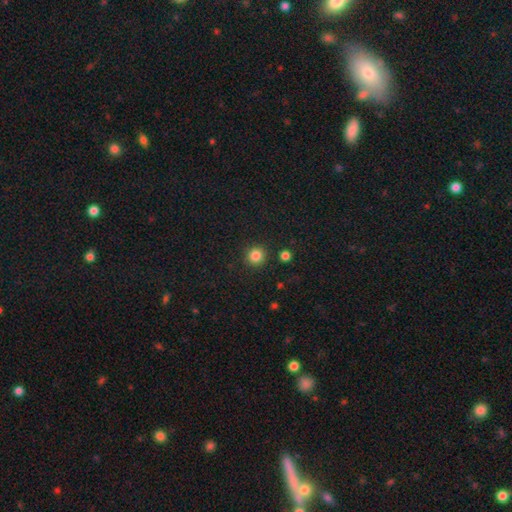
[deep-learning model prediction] A smooth galaxy with no disk features (84%) that is round (92%). Merging: none (89%).